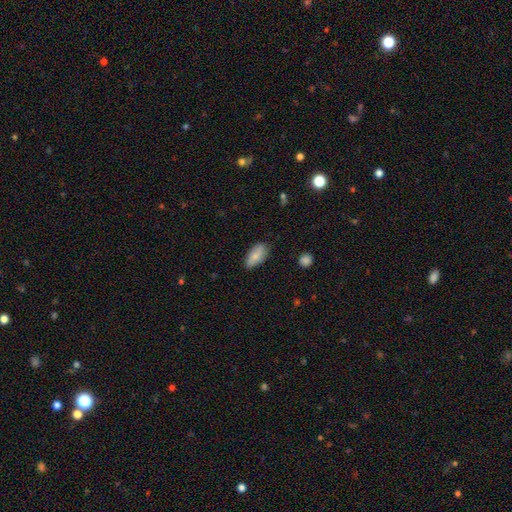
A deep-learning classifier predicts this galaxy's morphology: Smooth or featured: smooth — 80% (featured or disk — 13%)
How rounded: in between — 90% (cigar-shaped — 7%)
Merging: none — 76% (minor disturbance — 19%)